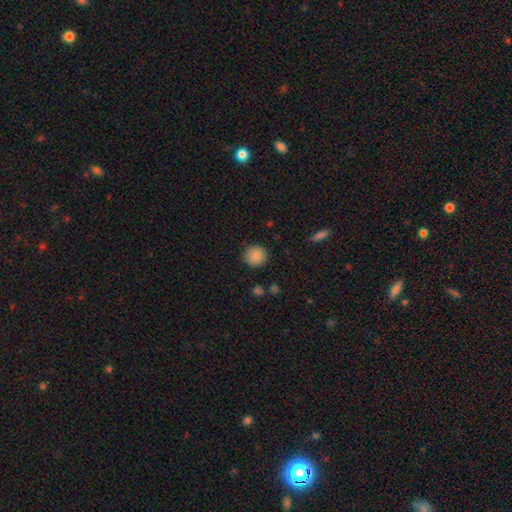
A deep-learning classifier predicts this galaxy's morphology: Q: Smooth or featured?
A: smooth (87%); runner-up: star or artifact (8%)
Q: How rounded?
A: round (91%); runner-up: in between (9%)
Q: Merging?
A: none (89%); runner-up: minor disturbance (8%)